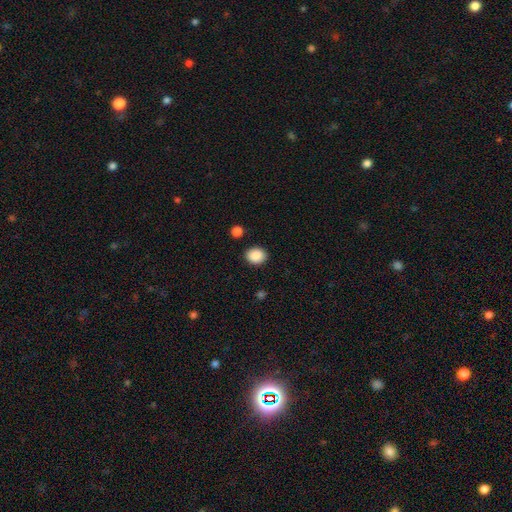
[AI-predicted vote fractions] This is clearly a smooth galaxy (89%). How rounded: possibly round (57%). Merging: clearly none (88%).